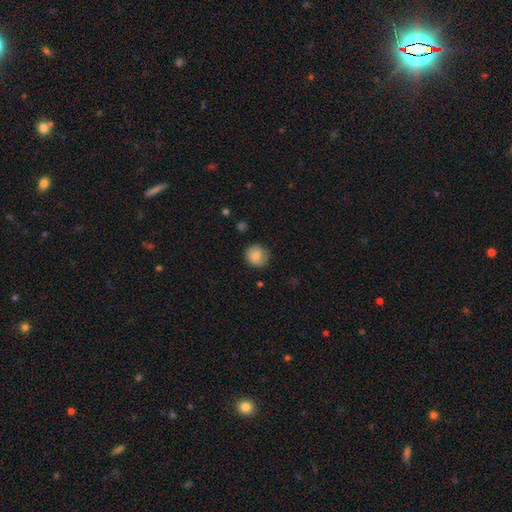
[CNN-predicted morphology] Smooth or featured?
  - smooth: 81% *
  - featured or disk: 11%
  - star or artifact: 8%
How rounded?
  - round: 88% *
  - in between: 11%
  - cigar-shaped: 1%
Merging?
  - none: 77% *
  - minor disturbance: 17%
  - major disturbance: 4%
  - merger: 1%